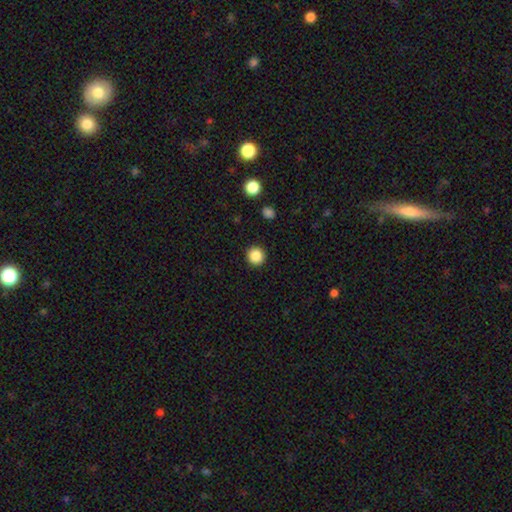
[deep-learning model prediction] Q: Smooth or featured?
A: smooth (87%); runner-up: star or artifact (10%)
Q: How rounded?
A: round (96%); runner-up: in between (3%)
Q: Merging?
A: none (93%); runner-up: minor disturbance (5%)